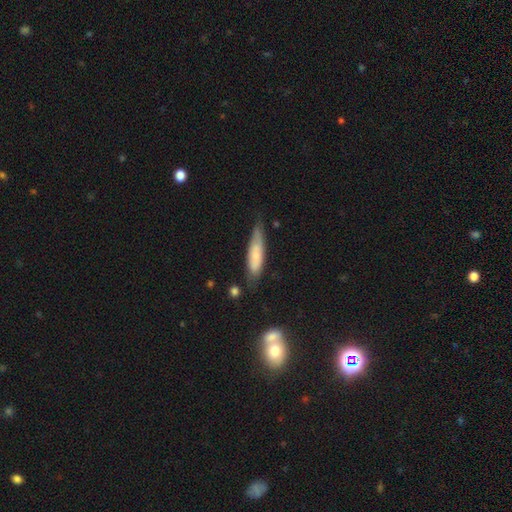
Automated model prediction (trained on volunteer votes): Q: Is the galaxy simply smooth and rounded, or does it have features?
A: smooth — 62%.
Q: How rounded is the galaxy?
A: cigar-shaped — 69%.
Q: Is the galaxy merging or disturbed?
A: none — 59%.